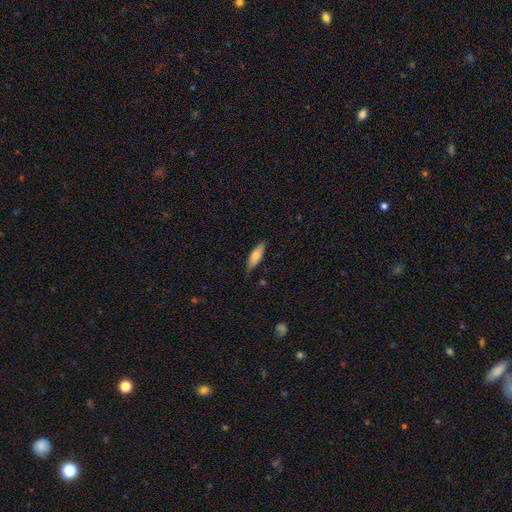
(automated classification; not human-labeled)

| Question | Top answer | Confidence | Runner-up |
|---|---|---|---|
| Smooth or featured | smooth | 70% | featured or disk (24%) |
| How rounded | in between | 54% | cigar-shaped (44%) |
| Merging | none | 77% | minor disturbance (19%) |